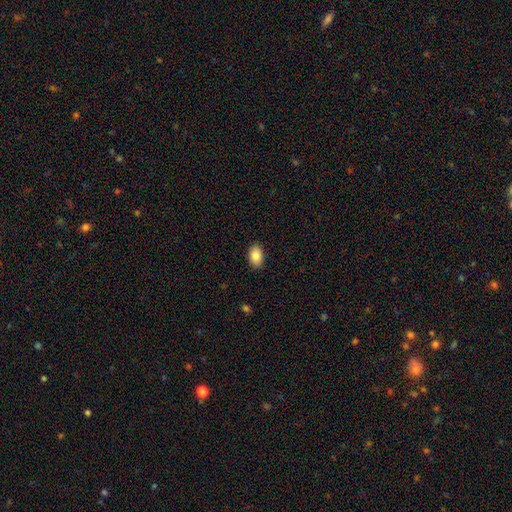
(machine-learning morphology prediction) smooth 87%, star or artifact 7%, featured or disk 6%. Down the decision tree: how rounded — in between (90%); merging — none (89%).